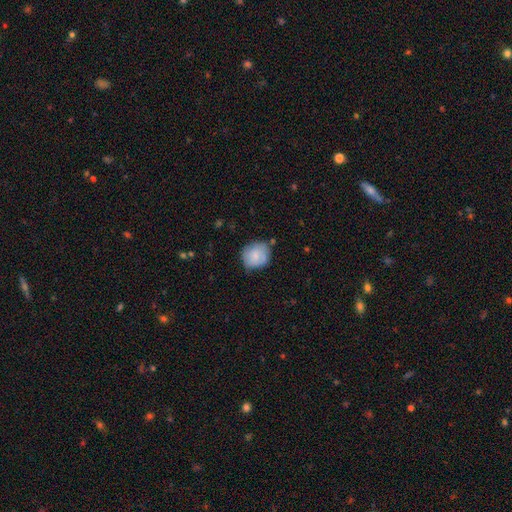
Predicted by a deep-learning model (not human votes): smooth_or_featured: smooth (p=0.77) [alt: featured or disk p=0.16]
how_rounded: round (p=0.76) [alt: in between p=0.23]
merging: none (p=0.67) [alt: minor disturbance p=0.26]